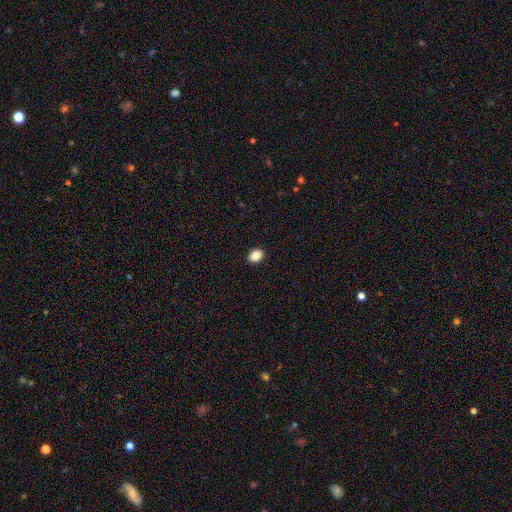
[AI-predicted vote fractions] Smooth or featured?
  - smooth: 88% *
  - star or artifact: 9%
  - featured or disk: 3%
How rounded?
  - round: 50% *
  - in between: 49%
  - cigar-shaped: 1%
Merging?
  - none: 92% *
  - minor disturbance: 5%
  - major disturbance: 2%
  - merger: 1%